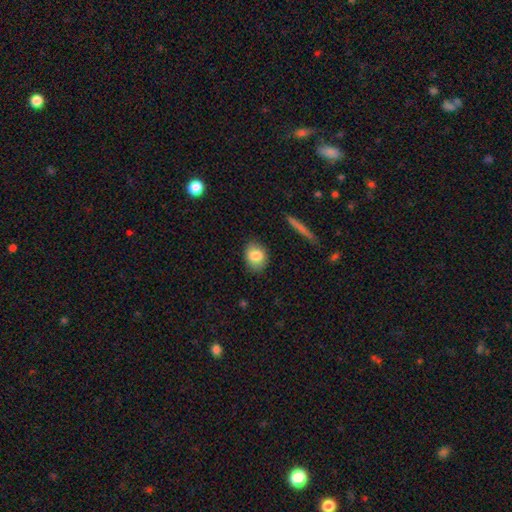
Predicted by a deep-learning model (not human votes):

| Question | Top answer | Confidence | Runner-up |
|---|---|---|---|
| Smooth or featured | smooth | 82% | featured or disk (10%) |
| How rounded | in between | 56% | round (42%) |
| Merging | none | 84% | minor disturbance (12%) |